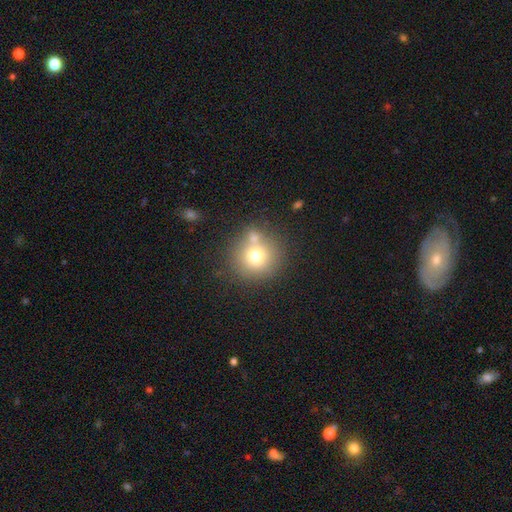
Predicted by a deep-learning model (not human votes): Overall: smooth (70%). How rounded: round (92%). Merging: none (64%).